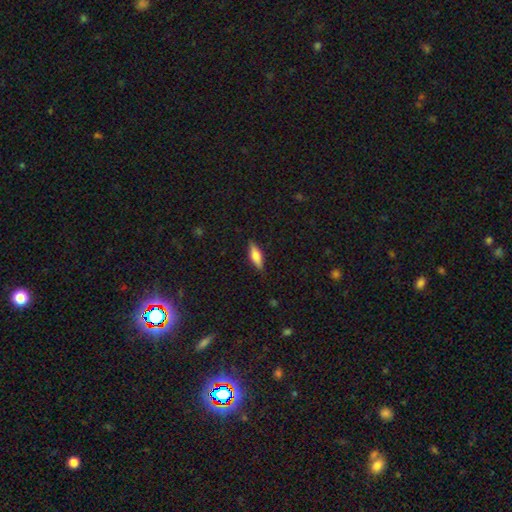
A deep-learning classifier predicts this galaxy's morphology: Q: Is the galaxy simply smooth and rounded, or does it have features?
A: smooth — 72%.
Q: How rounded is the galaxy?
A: in between — 54%.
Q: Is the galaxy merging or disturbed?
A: none — 84%.